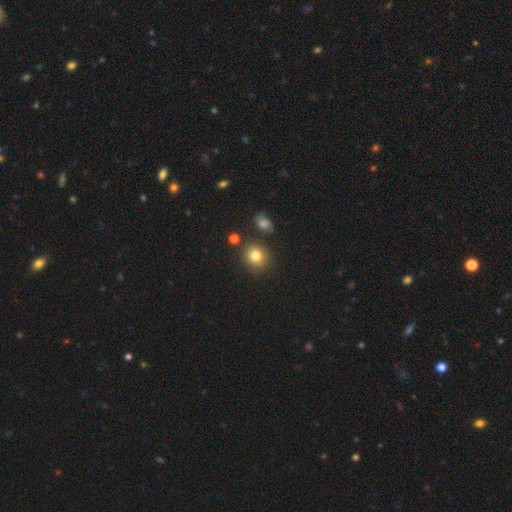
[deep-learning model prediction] Morphology: type=smooth (80%); roundness=round (79%); merging=none (81%).